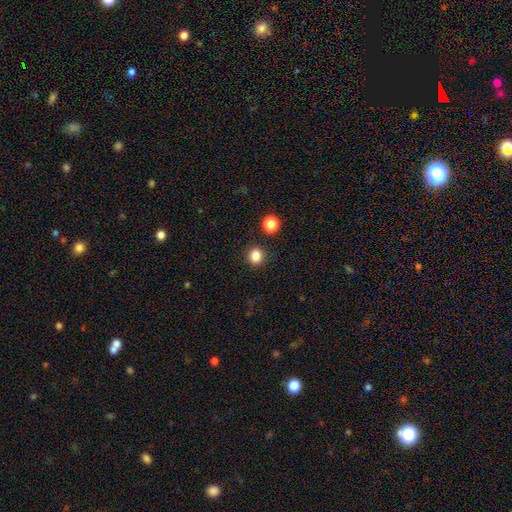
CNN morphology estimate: Q: Smooth or featured?
A: smooth (84%); runner-up: star or artifact (12%)
Q: How rounded?
A: round (80%); runner-up: in between (19%)
Q: Merging?
A: none (88%); runner-up: minor disturbance (6%)